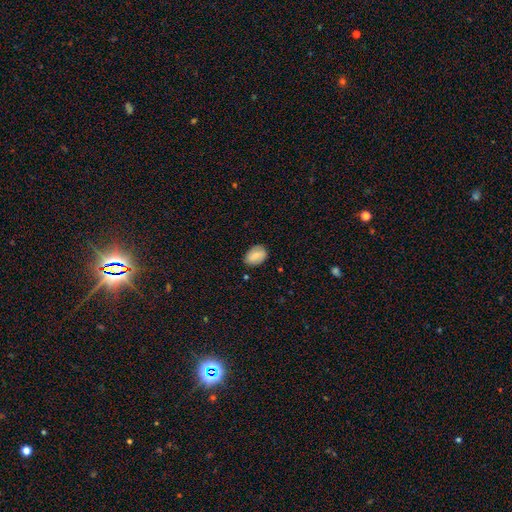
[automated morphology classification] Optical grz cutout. It shows a smooth galaxy with no disk features (78%) that is in between round and cigar-shaped (84%). Merging: none (81%).